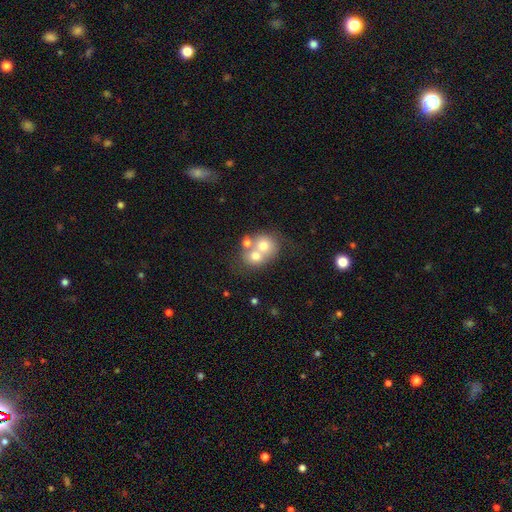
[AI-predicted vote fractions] smooth_or_featured: smooth (p=0.62) [alt: featured or disk p=0.27]
how_rounded: round (p=0.72) [alt: in between p=0.27]
merging: merger (p=0.65) [alt: none p=0.25]